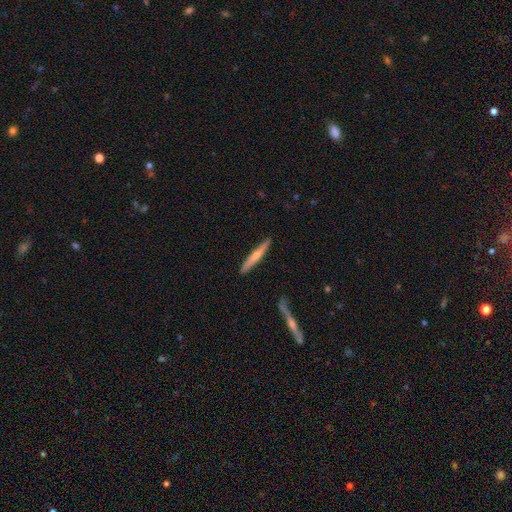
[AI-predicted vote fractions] The model was most divided on "smooth or featured": smooth: 56%, featured or disk: 39%, star or artifact: 5%. More confident: how rounded — cigar-shaped (95%); merging — none (87%).